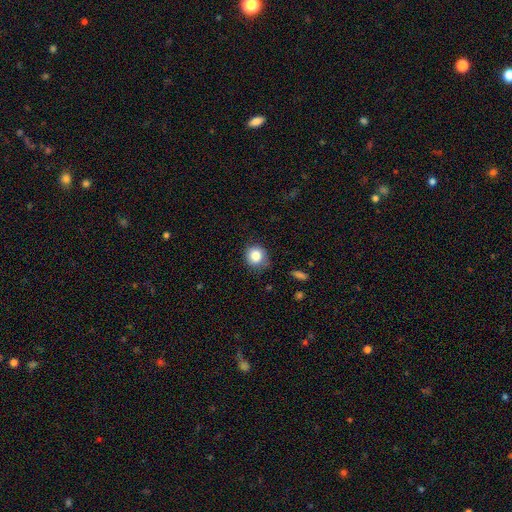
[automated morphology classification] smooth 84%, star or artifact 10%, featured or disk 7%. Down the decision tree: how rounded — round (85%); merging — none (76%).